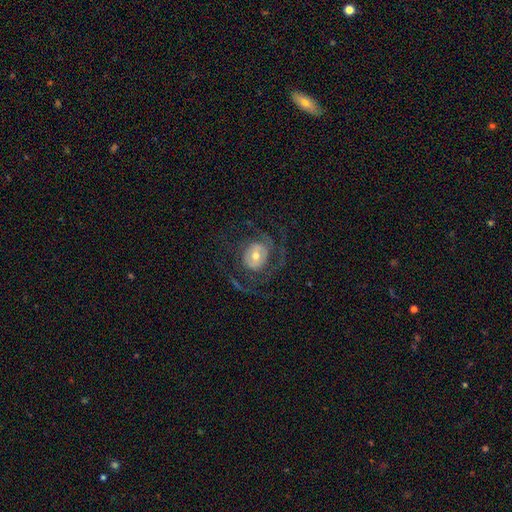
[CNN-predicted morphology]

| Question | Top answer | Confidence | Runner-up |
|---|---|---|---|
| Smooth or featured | featured or disk | 73% | smooth (20%) |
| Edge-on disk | no | 97% | yes (3%) |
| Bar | no | 58% | weak (30%) |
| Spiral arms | yes | 75% | no (25%) |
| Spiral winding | medium | 42% | tight (33%) |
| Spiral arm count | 2 | 46% | can't tell (24%) |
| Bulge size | moderate | 56% | small (33%) |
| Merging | none | 59% | major disturbance (26%) |